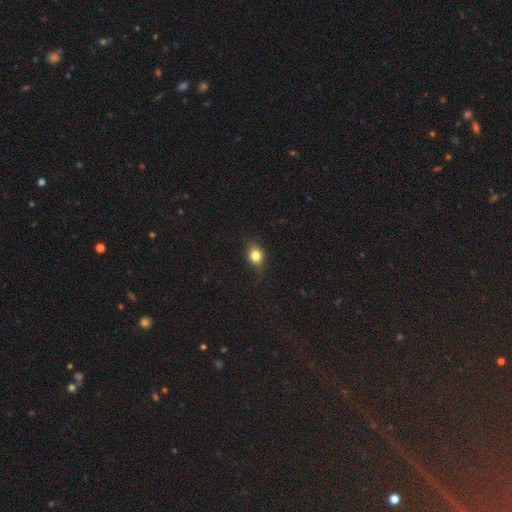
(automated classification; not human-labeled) The model was most divided on "how rounded": in between: 51%, round: 47%, cigar-shaped: 2%. More confident: smooth or featured — smooth (81%); merging — none (78%).